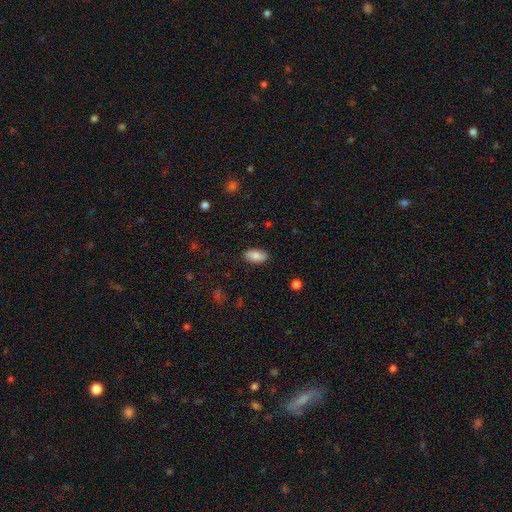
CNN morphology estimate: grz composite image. It shows a smooth galaxy with no disk features (80%) that is in between round and cigar-shaped (94%). Merging: none (86%).